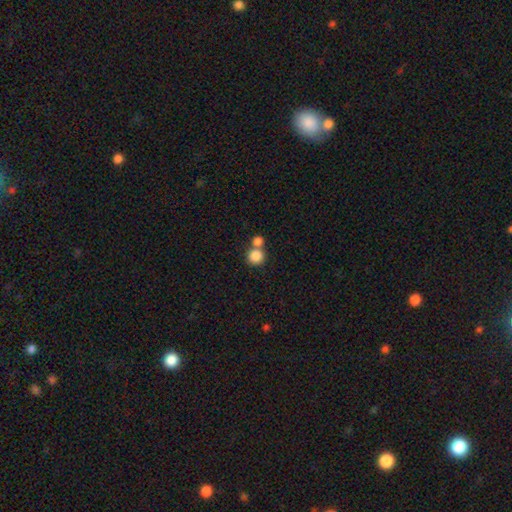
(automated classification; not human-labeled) A smooth galaxy with no disk features (84%) that is round (89%).

Vote fractions:
- Smooth or featured? smooth: 84% / star or artifact: 9% / featured or disk: 6%
- How rounded? round: 89% / in between: 10% / cigar-shaped: 1%
- Merging? none: 48% / merger: 43% / minor disturbance: 7% / major disturbance: 3%